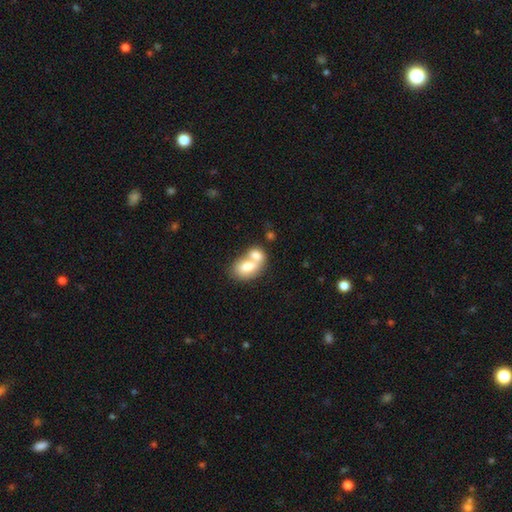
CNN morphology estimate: Smooth or featured: smooth — 71% (featured or disk — 22%)
How rounded: in between — 80% (round — 18%)
Merging: merger — 72% (none — 17%)